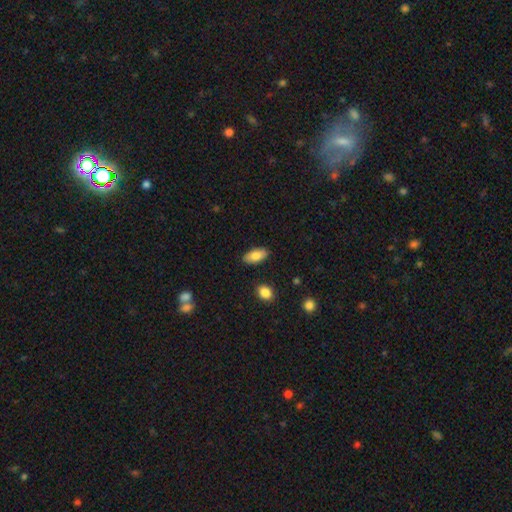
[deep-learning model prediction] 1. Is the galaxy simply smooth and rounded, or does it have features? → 83% smooth, 10% featured or disk, 7% star or artifact.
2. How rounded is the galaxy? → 91% in between, 6% cigar-shaped, 3% round.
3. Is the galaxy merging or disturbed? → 87% none, 9% minor disturbance, 2% major disturbance, 2% merger.